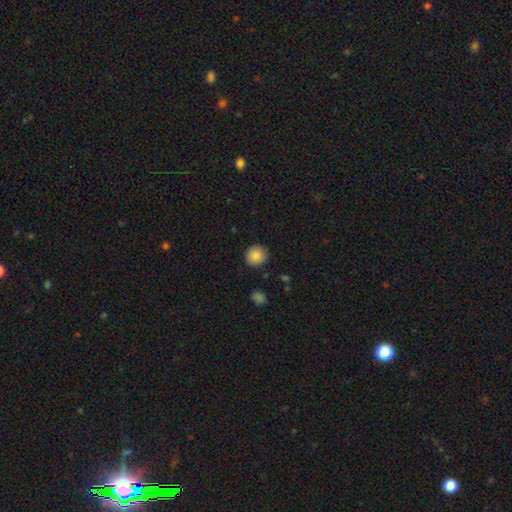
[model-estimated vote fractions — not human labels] This is clearly a smooth galaxy (87%). How rounded: clearly round (92%). Merging: clearly none (90%).